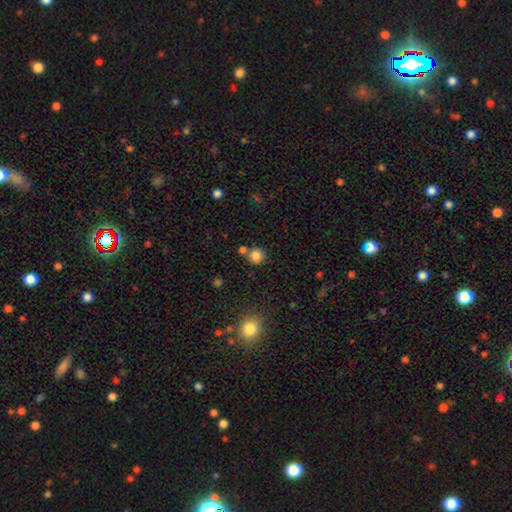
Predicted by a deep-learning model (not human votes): Smooth or featured? smooth (82%)
How rounded? round (88%)
Merging? none (67%)